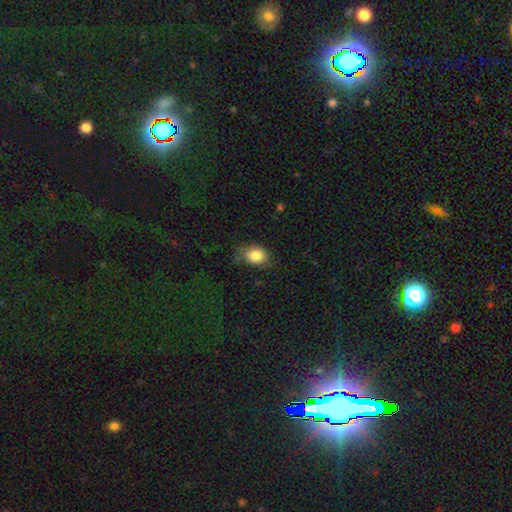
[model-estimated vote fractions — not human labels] Morphology: type=smooth (83%); roundness=in between (54%); merging=none (62%).